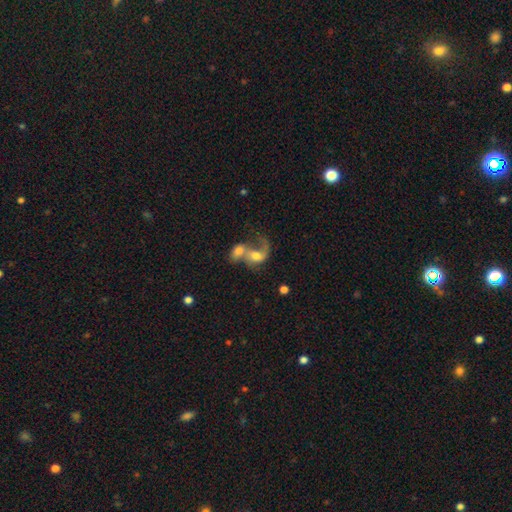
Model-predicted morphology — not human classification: Q: Smooth or featured?
A: featured or disk (51%); runner-up: smooth (40%)
Q: Edge-on disk?
A: no (96%); runner-up: yes (4%)
Q: Merging?
A: merger (76%); runner-up: major disturbance (11%)